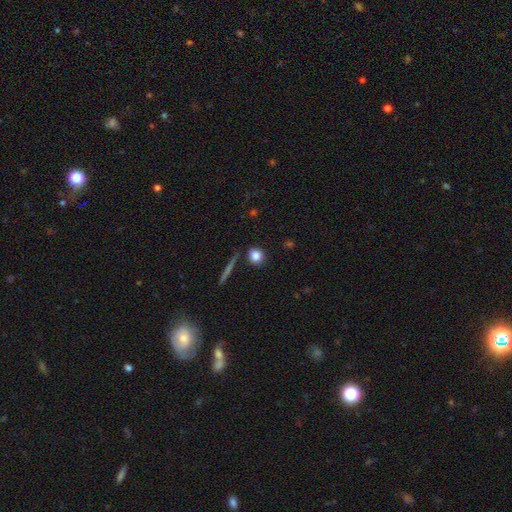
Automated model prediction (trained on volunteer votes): Q: Smooth or featured?
A: smooth (82%); runner-up: star or artifact (10%)
Q: How rounded?
A: round (77%); runner-up: in between (20%)
Q: Merging?
A: none (85%); runner-up: minor disturbance (9%)